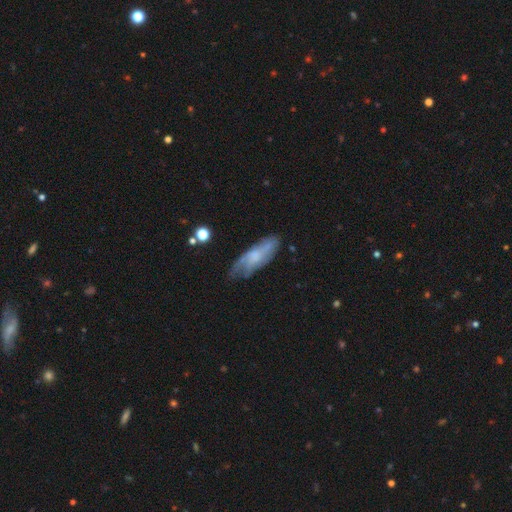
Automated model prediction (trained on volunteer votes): Smooth or featured? featured or disk (47%)
Merging? none (58%)